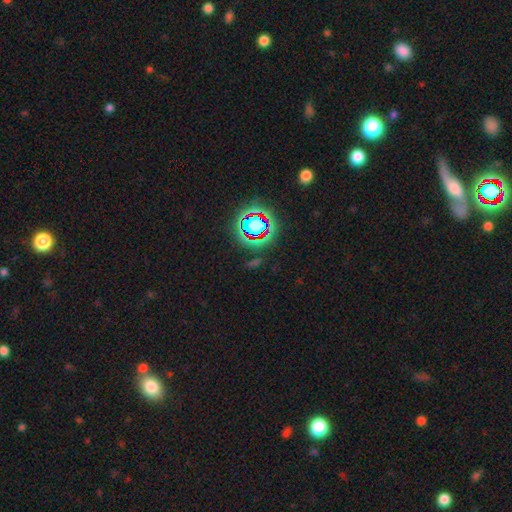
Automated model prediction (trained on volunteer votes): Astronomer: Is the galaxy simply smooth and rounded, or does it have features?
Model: star or artifact — 75%.